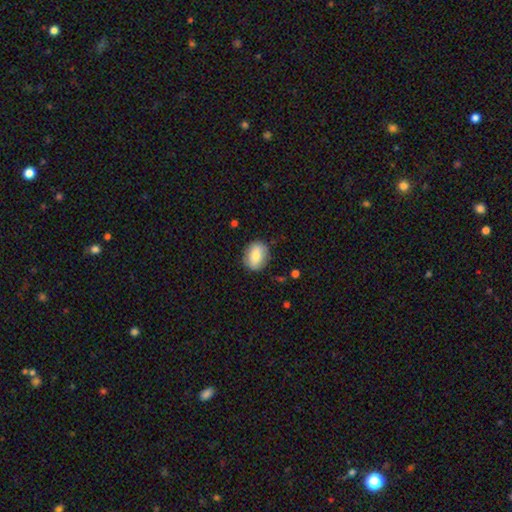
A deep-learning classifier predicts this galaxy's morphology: Q: Smooth or featured?
A: smooth (75%); runner-up: featured or disk (18%)
Q: How rounded?
A: in between (60%); runner-up: round (39%)
Q: Merging?
A: none (84%); runner-up: minor disturbance (12%)